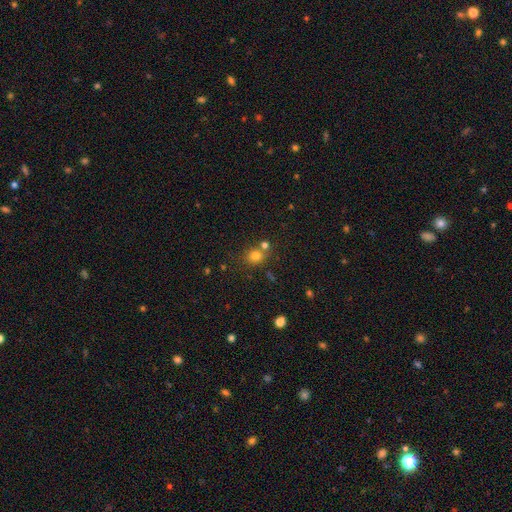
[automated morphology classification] smooth_or_featured: smooth (p=0.75) [alt: star or artifact p=0.16]
how_rounded: round (p=0.77) [alt: in between p=0.22]
merging: none (p=0.65) [alt: merger p=0.22]